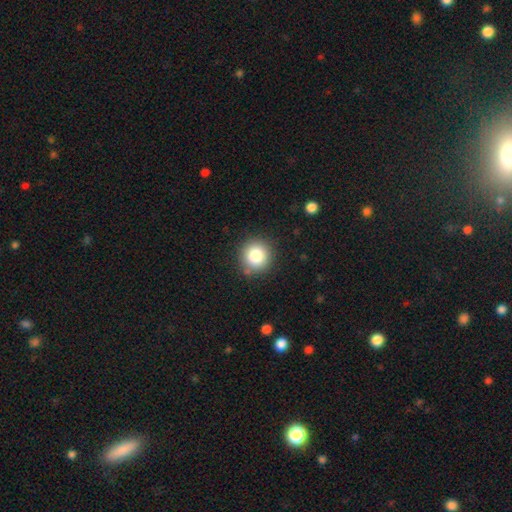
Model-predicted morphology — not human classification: This is clearly a smooth galaxy (82%). How rounded: clearly round (92%). Merging: clearly none (86%).